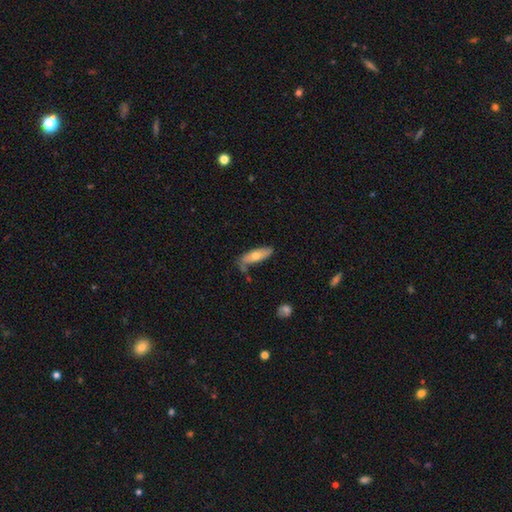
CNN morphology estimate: Smooth or featured? Predicted: smooth (p=0.62). How rounded? Predicted: in between (p=0.58). Merging? Predicted: none (p=0.63).